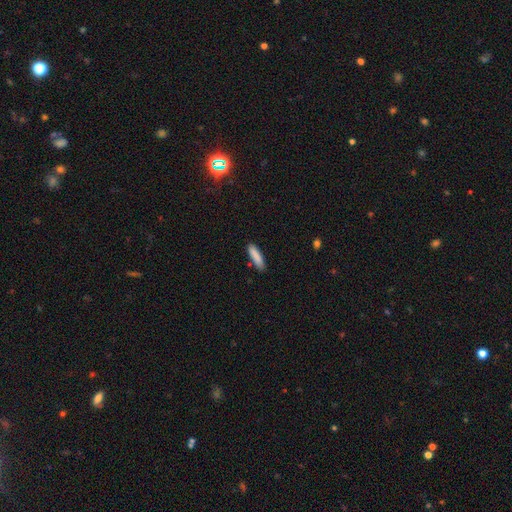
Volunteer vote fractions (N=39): smooth-or-featured: smooth: 85% | featured or disk: 8% | star or artifact: 8%
  how-rounded: cigar-shaped: 91% | in between: 9% | round: 0%
  merging: none: 86% | minor disturbance: 11% | major disturbance: 3% | merger: 0%